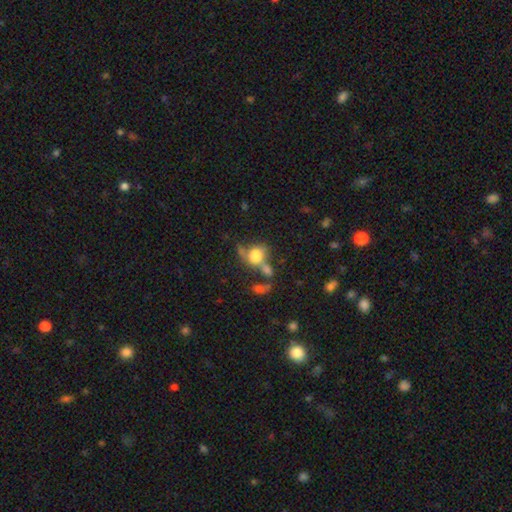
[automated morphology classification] smooth-or-featured: smooth: 67% | featured or disk: 21% | star or artifact: 11%
  how-rounded: round: 52% | in between: 46% | cigar-shaped: 2%
  merging: merger: 35% | none: 29% | major disturbance: 20% | minor disturbance: 16%